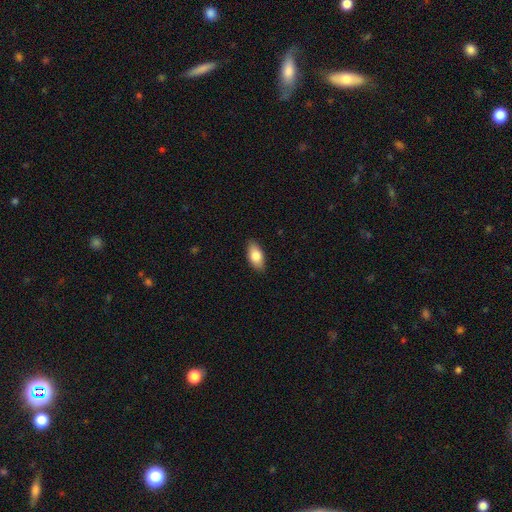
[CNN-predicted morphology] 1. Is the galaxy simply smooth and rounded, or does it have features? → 82% smooth, 12% featured or disk, 6% star or artifact.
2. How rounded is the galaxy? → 91% in between, 6% cigar-shaped, 3% round.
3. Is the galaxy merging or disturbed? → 87% none, 10% minor disturbance, 2% major disturbance, 1% merger.